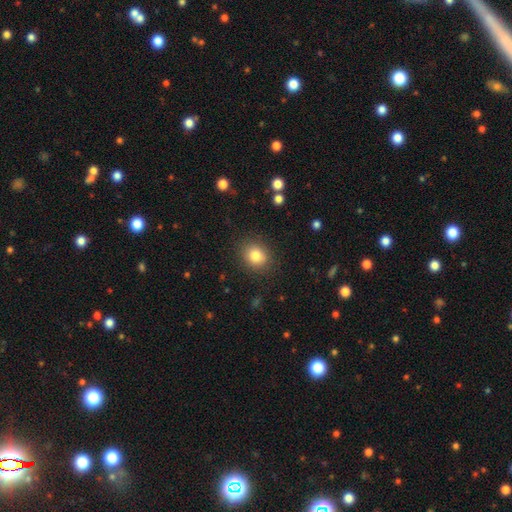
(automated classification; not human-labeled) This is clearly a smooth galaxy (83%). How rounded: likely round (73%). Merging: clearly none (87%).